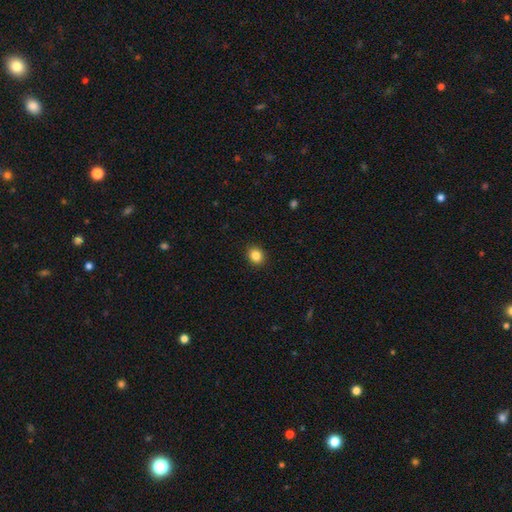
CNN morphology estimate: Smooth or featured: smooth — 85% (star or artifact — 10%)
How rounded: round — 65% (in between — 34%)
Merging: none — 91% (minor disturbance — 6%)